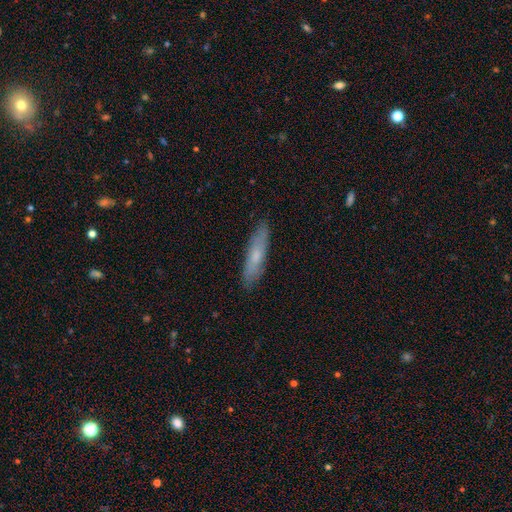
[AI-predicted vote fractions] Smooth or featured? smooth (63%)
How rounded? cigar-shaped (78%)
Merging? none (86%)